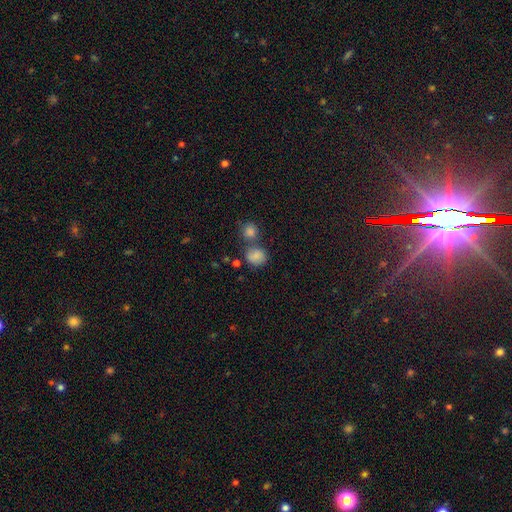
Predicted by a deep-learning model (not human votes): A smooth galaxy with no disk features (83%) that is round (69%).

Vote fractions:
- Smooth or featured? smooth: 83% / star or artifact: 10% / featured or disk: 7%
- How rounded? round: 69% / in between: 30% / cigar-shaped: 1%
- Merging? none: 53% / merger: 29% / minor disturbance: 13% / major disturbance: 5%